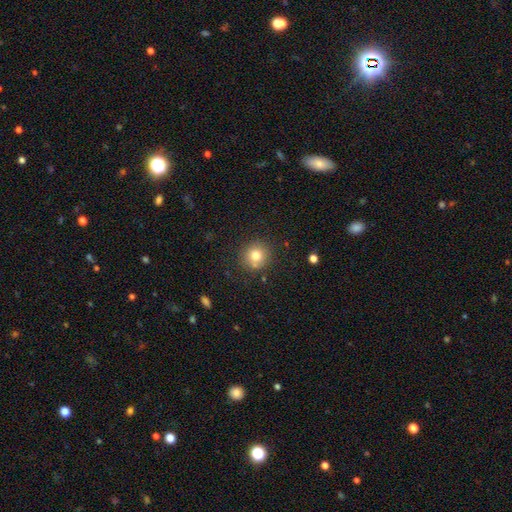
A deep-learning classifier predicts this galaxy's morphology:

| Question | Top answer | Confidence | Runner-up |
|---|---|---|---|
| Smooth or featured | smooth | 78% | star or artifact (12%) |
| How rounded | round | 90% | in between (9%) |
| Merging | none | 82% | minor disturbance (11%) |